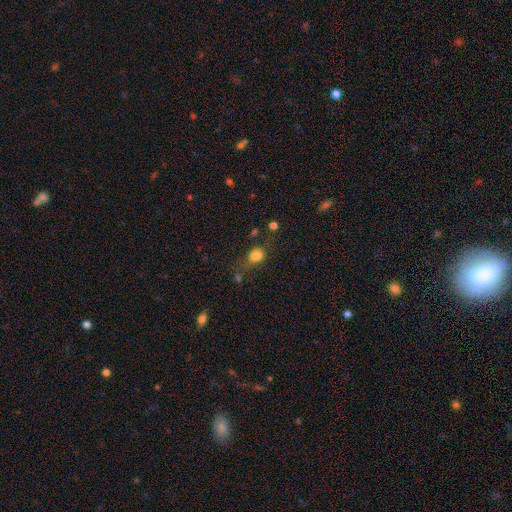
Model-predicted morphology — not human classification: smooth-or-featured: smooth: 79% | star or artifact: 13% | featured or disk: 8%
  how-rounded: round: 53% | in between: 46% | cigar-shaped: 2%
  merging: none: 51% | minor disturbance: 25% | major disturbance: 17% | merger: 7%